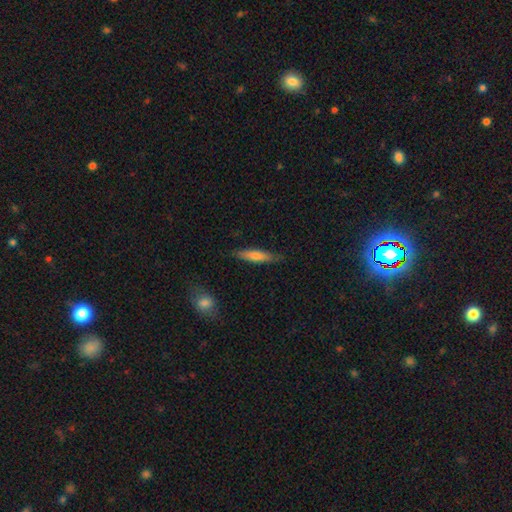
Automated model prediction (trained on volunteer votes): Morphology: type=smooth (63%); roundness=cigar-shaped (83%); merging=none (85%).